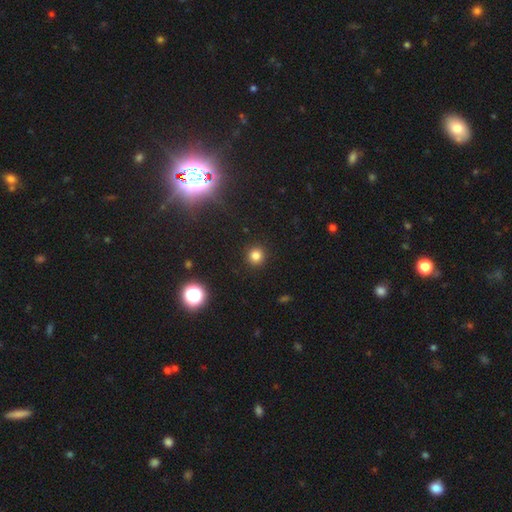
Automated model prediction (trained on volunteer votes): A smooth galaxy with no disk features (80%) that is round (94%). Merging: none (92%).